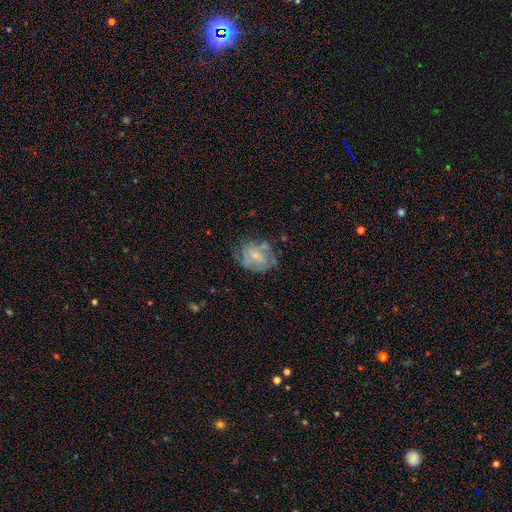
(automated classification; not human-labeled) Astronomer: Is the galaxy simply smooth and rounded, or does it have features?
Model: featured or disk — 55% (runner-up: smooth, 36%).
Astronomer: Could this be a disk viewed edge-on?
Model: no — 97%.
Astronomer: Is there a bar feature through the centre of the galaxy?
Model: no — 58% (runner-up: weak, 35%).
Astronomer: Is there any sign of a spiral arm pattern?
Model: yes — 61% (runner-up: no, 39%).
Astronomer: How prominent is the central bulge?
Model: small — 62%.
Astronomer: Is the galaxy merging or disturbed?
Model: none — 54%.